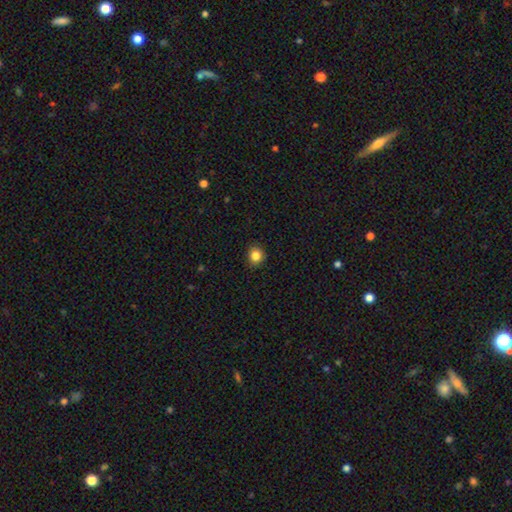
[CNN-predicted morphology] Q: Smooth or featured?
A: smooth (84%); runner-up: star or artifact (11%)
Q: How rounded?
A: round (81%); runner-up: in between (18%)
Q: Merging?
A: none (90%); runner-up: minor disturbance (7%)